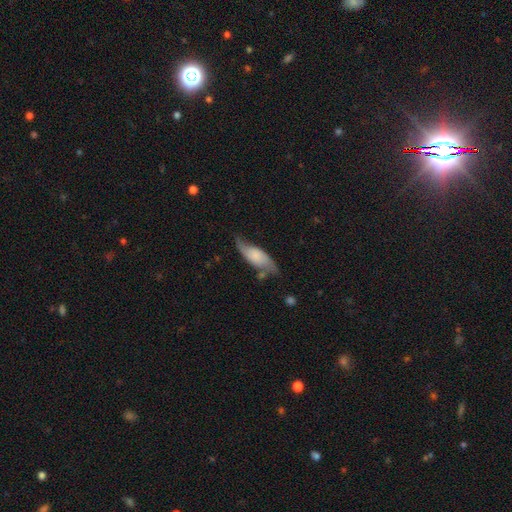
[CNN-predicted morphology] A featured or disk galaxy (51%).

Vote fractions:
- Smooth or featured? featured or disk: 51% / smooth: 42% / star or artifact: 7%
- Edge-on disk? no: 83% / yes: 17%
- Merging? none: 57% / minor disturbance: 28% / major disturbance: 10% / merger: 5%